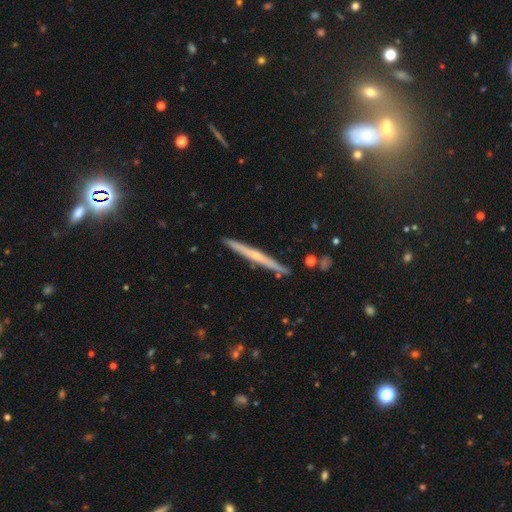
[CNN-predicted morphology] Overall: featured or disk (68%). Edge-on disk: yes (97%). Edge-on bulge: rounded (61%; none 35%). Merging: none (89%).